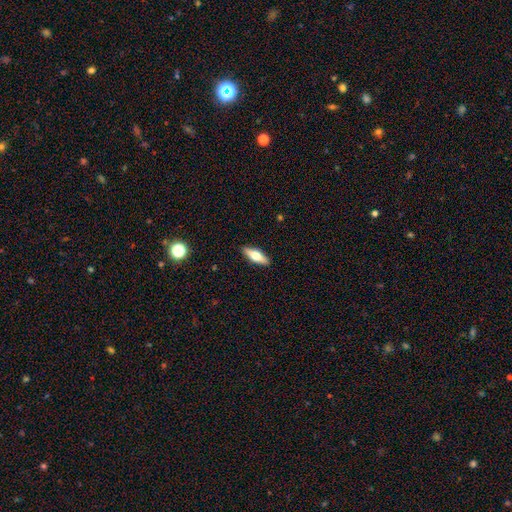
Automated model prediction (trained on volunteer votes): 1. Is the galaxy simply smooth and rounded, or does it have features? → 54% smooth, 39% featured or disk, 6% star or artifact.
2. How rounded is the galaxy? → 55% in between, 42% cigar-shaped, 3% round.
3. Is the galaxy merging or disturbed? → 90% none, 7% minor disturbance, 2% major disturbance, 1% merger.